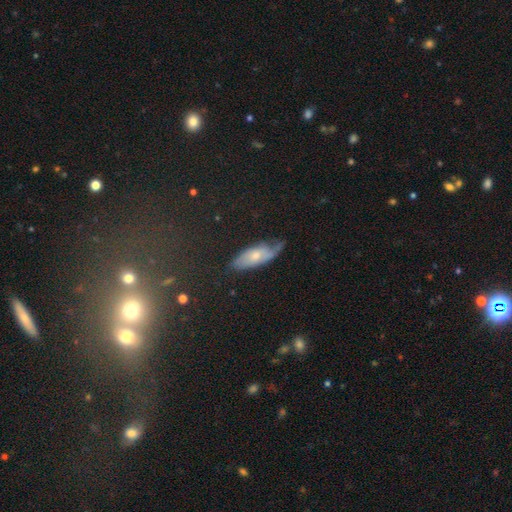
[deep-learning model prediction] Morphology: type=smooth (50%); roundness=in between (75%); merging=none (42%).